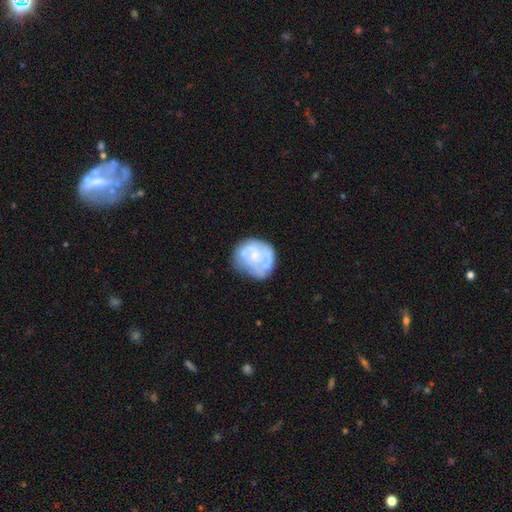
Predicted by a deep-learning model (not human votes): featured or disk 62%, smooth 32%, star or artifact 7%. Down the decision tree: edge-on disk — no (98%); bar — no (81%); spiral arms — no (58%); bulge size — small (43%); merging — none (54%).